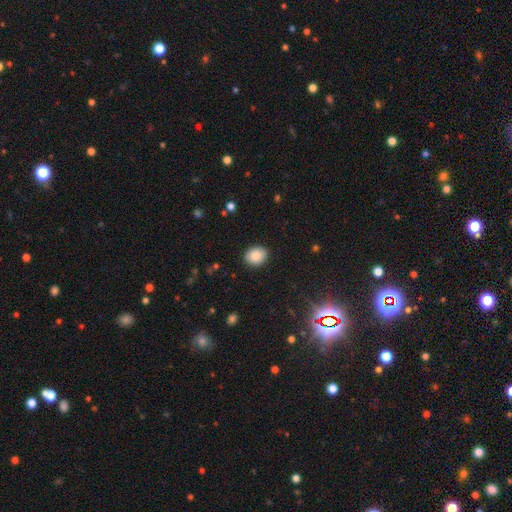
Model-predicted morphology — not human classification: The model was most divided on "how rounded": in between: 51%, round: 48%, cigar-shaped: 1%. More confident: merging — none (90%); smooth or featured — smooth (84%).